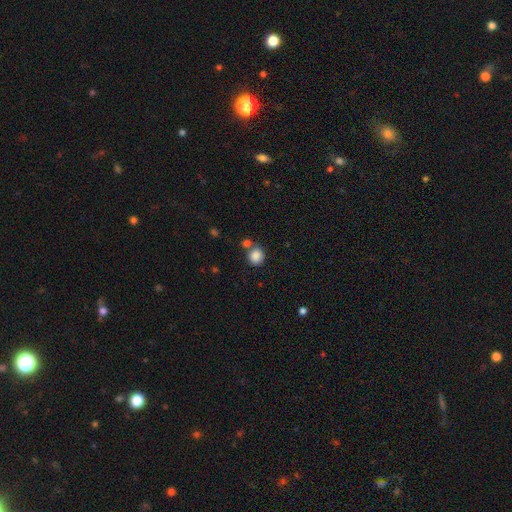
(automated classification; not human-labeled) A smooth galaxy with no disk features (86%) that is round (83%). Merging: none (61%).